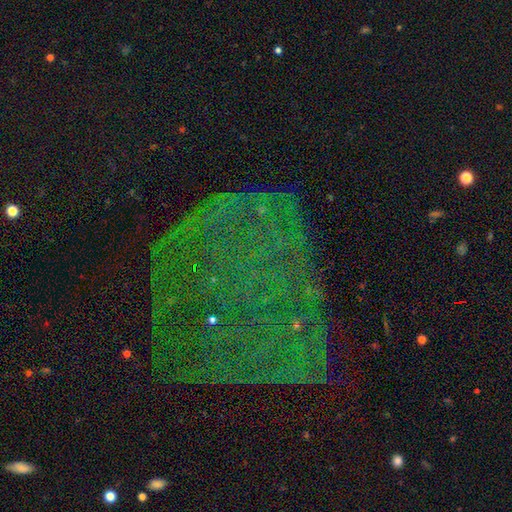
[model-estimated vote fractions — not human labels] Smooth or featured? star or artifact (70%)